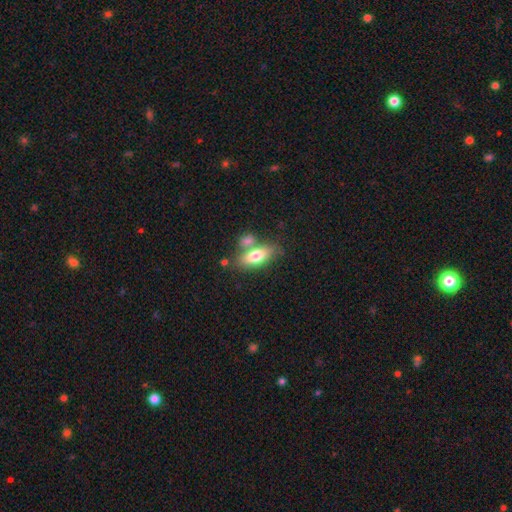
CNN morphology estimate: Smooth or featured: smooth — 73% (featured or disk — 21%)
How rounded: in between — 79% (cigar-shaped — 17%)
Merging: none — 52% (merger — 31%)